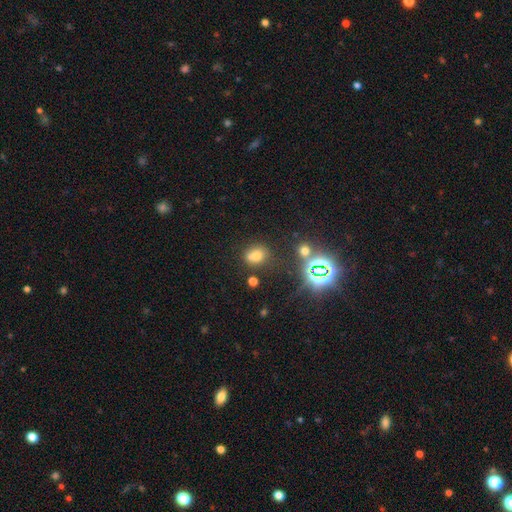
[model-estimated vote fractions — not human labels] The model was most divided on "how rounded": round: 59%, in between: 40%, cigar-shaped: 1%. More confident: merging — none (63%); smooth or featured — smooth (60%).